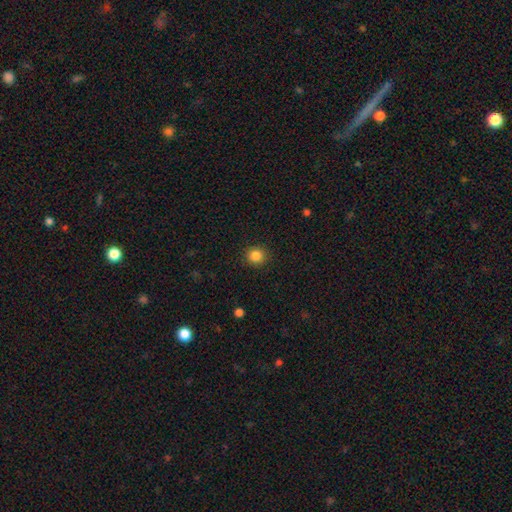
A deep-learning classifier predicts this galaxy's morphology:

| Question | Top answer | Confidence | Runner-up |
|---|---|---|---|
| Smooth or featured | smooth | 85% | star or artifact (11%) |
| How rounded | round | 91% | in between (8%) |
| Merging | none | 91% | minor disturbance (6%) |